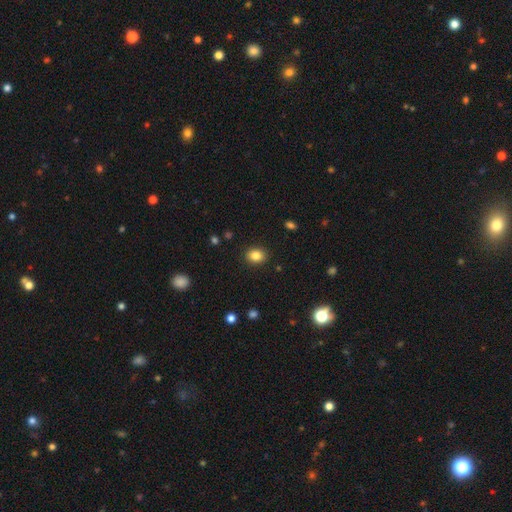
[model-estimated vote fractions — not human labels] Smooth or featured?
  - smooth: 85% *
  - star or artifact: 10%
  - featured or disk: 6%
How rounded?
  - in between: 51% *
  - round: 48%
  - cigar-shaped: 1%
Merging?
  - none: 89% *
  - minor disturbance: 7%
  - major disturbance: 2%
  - merger: 1%